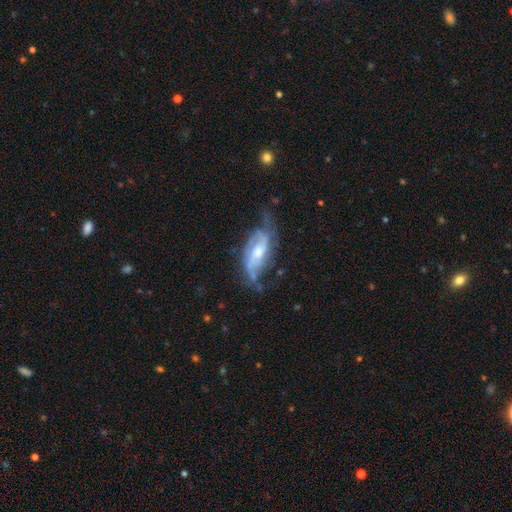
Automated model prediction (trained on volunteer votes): A featured or disk galaxy (83%) with a weak bar (43%), 2 (70%) medium (44%) spiral arms (94%) and a moderate central bulge (59%).

Vote fractions:
- Smooth or featured? featured or disk: 83% / smooth: 11% / star or artifact: 7%
- Edge-on disk? no: 91% / yes: 9%
- Bar? weak: 43% / no: 39% / strong: 18%
- Spiral arms? yes: 94% / no: 6%
- Spiral winding? medium: 44% / loose: 30% / tight: 27%
- Spiral arm count? 2: 70% / can't tell: 14% / 3: 8% / 1: 4% / 4: 2% / more than 4: 2%
- Bulge size? moderate: 59% / small: 30% / large: 7% / none: 3% / dominant: 1%
- Merging? none: 60% / minor disturbance: 24% / major disturbance: 14% / merger: 2%